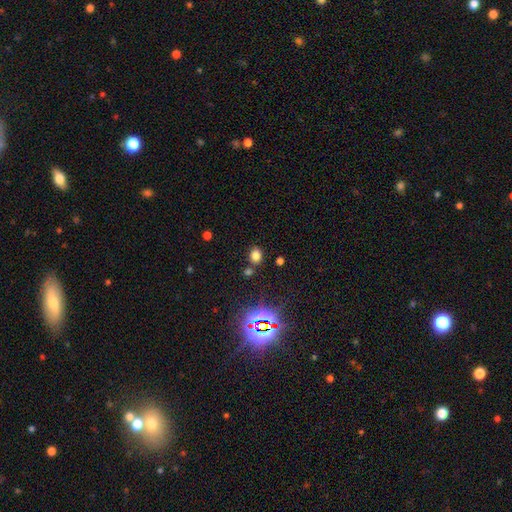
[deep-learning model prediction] smooth-or-featured: smooth: 73% | star or artifact: 21% | featured or disk: 6%
  how-rounded: in between: 50% | round: 48% | cigar-shaped: 1%
  merging: none: 77% | merger: 10% | minor disturbance: 10% | major disturbance: 3%